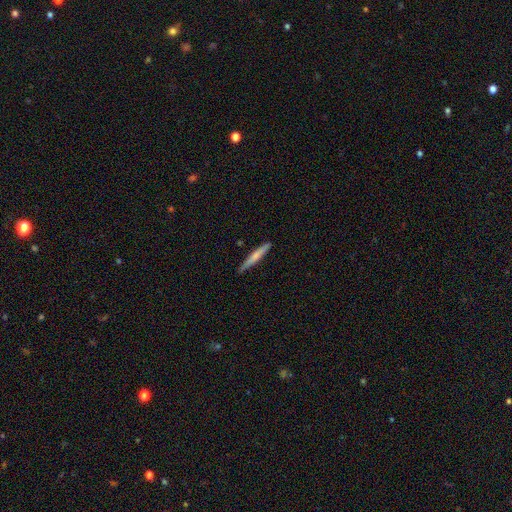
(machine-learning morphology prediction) A smooth galaxy with no disk features (63%) that is cigar-shaped (95%). Merging: none (86%).